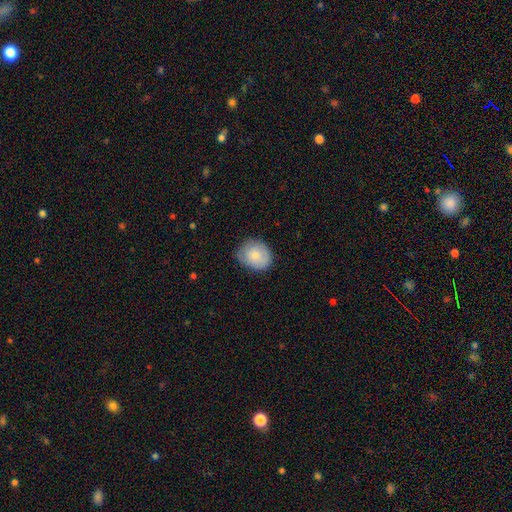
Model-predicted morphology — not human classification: smooth-or-featured: smooth: 78% | featured or disk: 16% | star or artifact: 7%
  how-rounded: round: 58% | in between: 41% | cigar-shaped: 1%
  merging: none: 69% | minor disturbance: 26% | major disturbance: 4% | merger: 1%